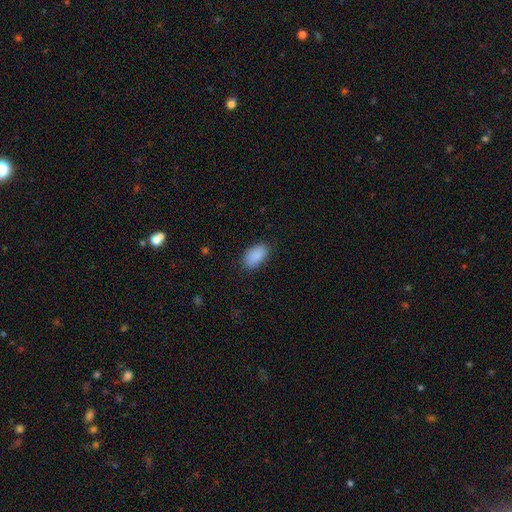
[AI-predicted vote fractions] Smooth or featured: smooth — 90% (star or artifact — 7%)
How rounded: in between — 94% (round — 4%)
Merging: none — 83% (minor disturbance — 13%)